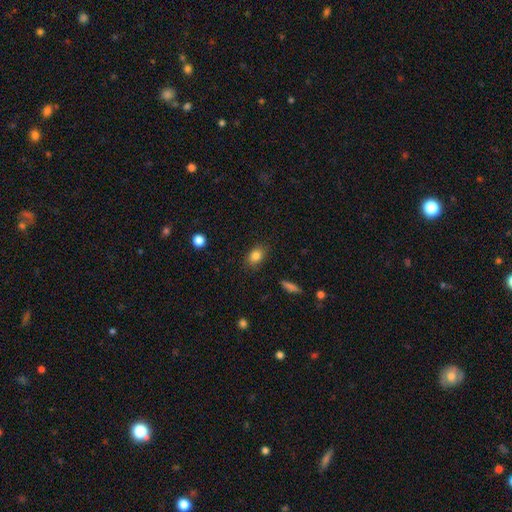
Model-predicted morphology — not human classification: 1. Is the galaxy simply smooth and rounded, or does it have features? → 83% smooth, 10% star or artifact, 7% featured or disk.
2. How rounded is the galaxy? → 72% in between, 26% round, 2% cigar-shaped.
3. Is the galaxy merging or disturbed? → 84% none, 12% minor disturbance, 3% major disturbance, 1% merger.